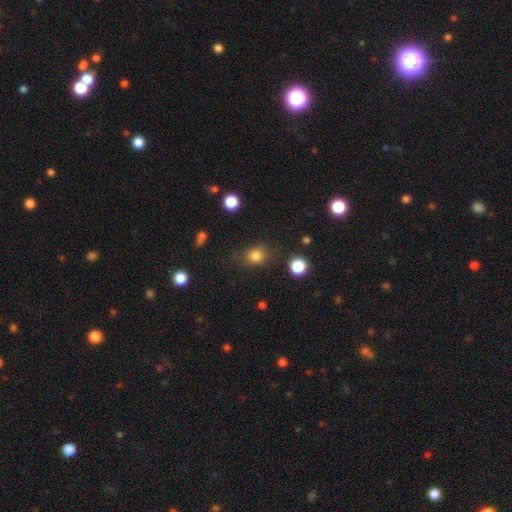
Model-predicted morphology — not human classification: Q: Smooth or featured?
A: smooth (82%); runner-up: star or artifact (12%)
Q: How rounded?
A: round (62%); runner-up: in between (36%)
Q: Merging?
A: none (77%); runner-up: minor disturbance (14%)